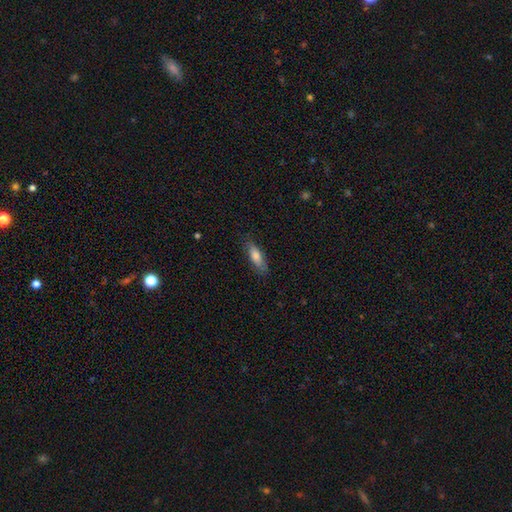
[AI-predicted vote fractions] Smooth or featured: smooth — 73% (featured or disk — 20%)
How rounded: in between — 60% (cigar-shaped — 38%)
Merging: none — 78% (minor disturbance — 17%)